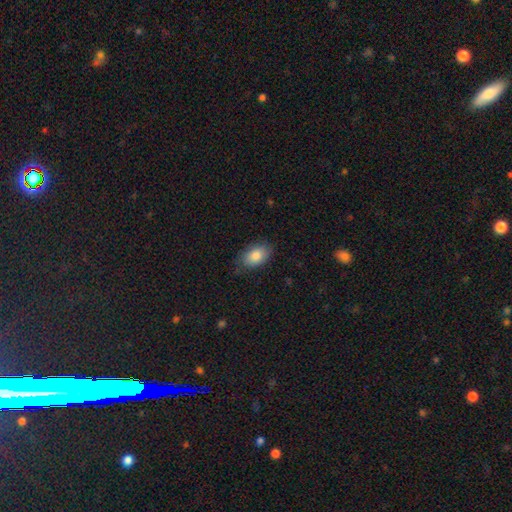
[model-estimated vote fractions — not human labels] Smooth or featured?
  - smooth: 84% *
  - featured or disk: 9%
  - star or artifact: 7%
How rounded?
  - in between: 89% *
  - round: 9%
  - cigar-shaped: 1%
Merging?
  - none: 79% *
  - minor disturbance: 16%
  - major disturbance: 3%
  - merger: 1%